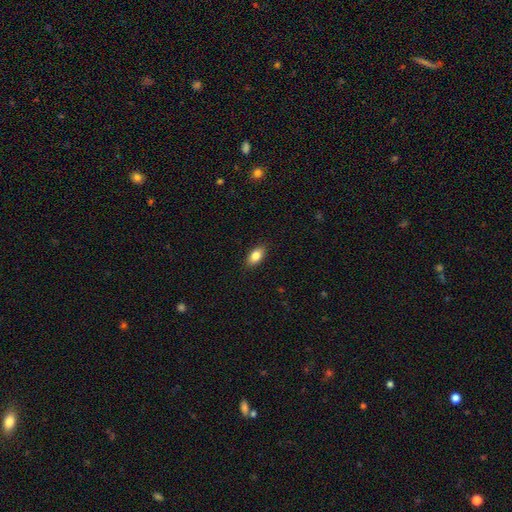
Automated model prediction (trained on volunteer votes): This is clearly a smooth galaxy (84%). How rounded: clearly in between (91%). Merging: clearly none (88%).